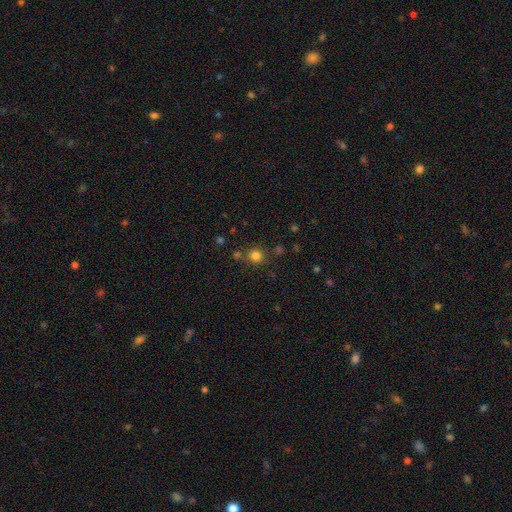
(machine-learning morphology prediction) This appears to be a smooth galaxy with no disk features (80%) that is round (91%). Merging: none (78%).